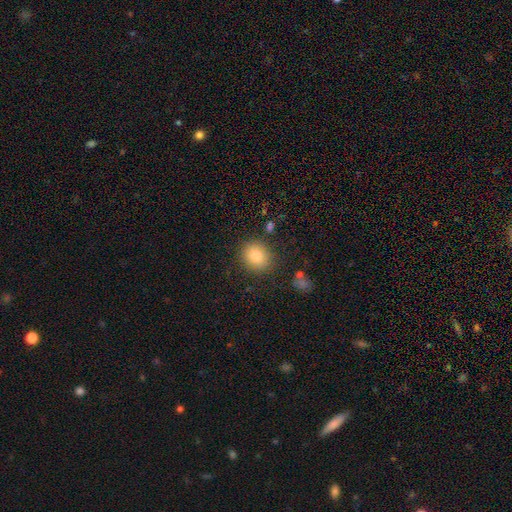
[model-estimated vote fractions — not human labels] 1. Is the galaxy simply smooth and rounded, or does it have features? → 82% smooth, 10% star or artifact, 8% featured or disk.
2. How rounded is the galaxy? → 80% round, 19% in between, 1% cigar-shaped.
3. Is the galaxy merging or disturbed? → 85% none, 9% minor disturbance, 3% major disturbance, 2% merger.